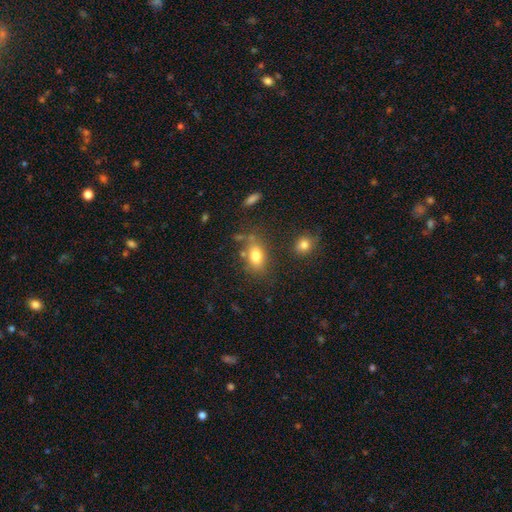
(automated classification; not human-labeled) Smooth or featured? smooth (79%)
How rounded? in between (82%)
Merging? none (67%)